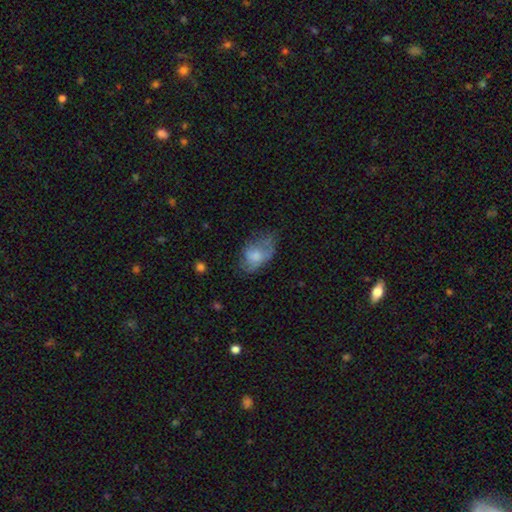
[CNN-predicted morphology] smooth-or-featured: smooth: 62% | featured or disk: 29% | star or artifact: 9%
  how-rounded: in between: 87% | round: 12% | cigar-shaped: 2%
  merging: major disturbance: 34% | minor disturbance: 32% | none: 32% | merger: 2%